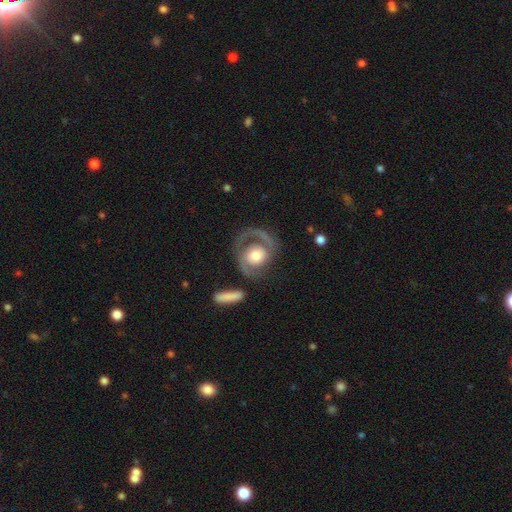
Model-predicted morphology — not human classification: smooth-or-featured: featured or disk: 81% | smooth: 15% | star or artifact: 5%
  disk-edge-on: no: 97% | yes: 3%
    bar: no: 71% | weak: 20% | strong: 8%
    has-spiral-arms: yes: 88% | no: 12%
      spiral-winding: medium: 47% | tight: 33% | loose: 20%
      spiral-arm-count: 2: 73% | 1: 19% | can't tell: 5% | 3: 2% | 4: 1% | more than 4: 1%
    bulge-size: moderate: 57% | large: 29% | small: 10% | dominant: 3% | none: 2%
  merging: none: 61% | major disturbance: 19% | minor disturbance: 15% | merger: 4%